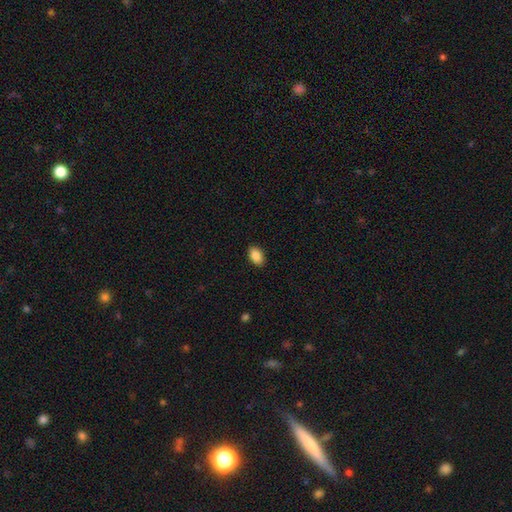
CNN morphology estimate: Q: Smooth or featured?
A: smooth (89%); runner-up: star or artifact (7%)
Q: How rounded?
A: in between (91%); runner-up: round (7%)
Q: Merging?
A: none (89%); runner-up: minor disturbance (8%)